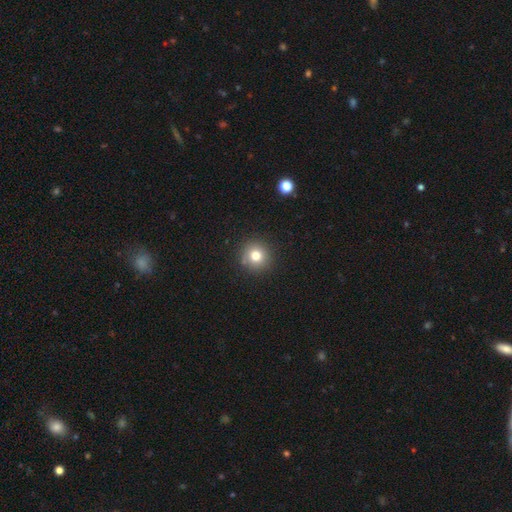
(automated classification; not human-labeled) smooth_or_featured: smooth (p=0.77) [alt: star or artifact p=0.14]
how_rounded: round (p=0.94) [alt: in between p=0.05]
merging: none (p=0.88) [alt: minor disturbance p=0.07]